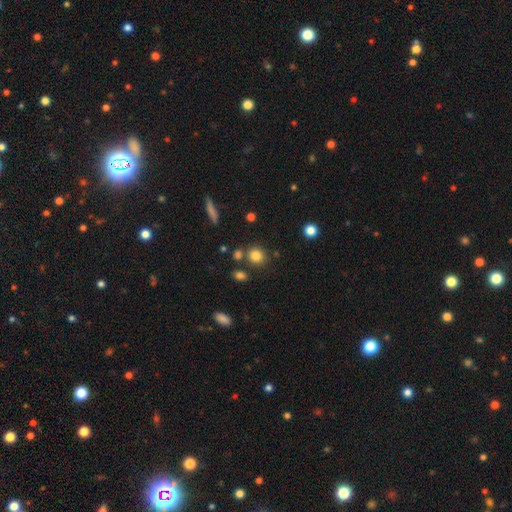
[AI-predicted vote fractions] Overall: smooth (82%). How rounded: round (83%). Merging: none (77%).